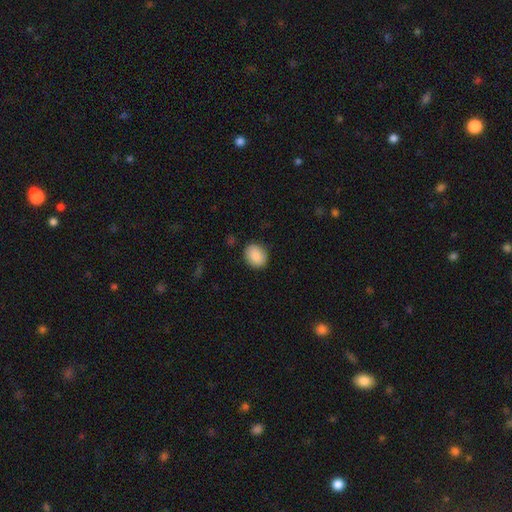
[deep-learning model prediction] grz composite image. It shows a smooth galaxy with no disk features (89%) that is round (51%). Merging: none (87%).